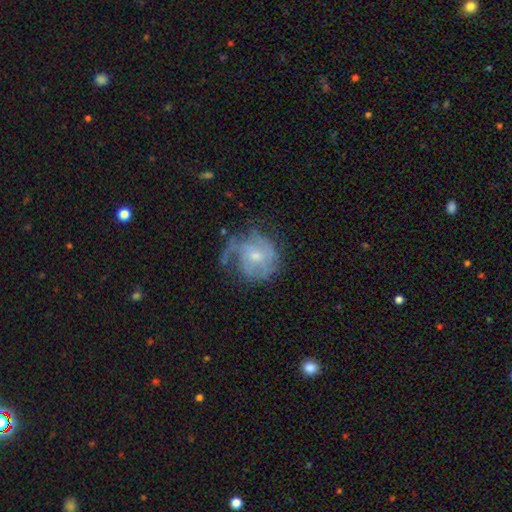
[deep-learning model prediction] Smooth or featured?
  - featured or disk: 68% *
  - smooth: 24%
  - star or artifact: 8%
Edge-on disk?
  - no: 98% *
  - yes: 2%
Bar?
  - no: 66% *
  - weak: 30%
  - strong: 4%
Spiral arms?
  - yes: 79% *
  - no: 21%
Spiral winding?
  - medium: 37% *
  - tight: 36%
  - loose: 27%
Spiral arm count?
  - can't tell: 36% *
  - 1: 20%
  - 2: 19%
  - 3: 15%
  - 4: 5%
  - more than 4: 4%
Bulge size?
  - small: 53% *
  - moderate: 40%
  - none: 3%
  - large: 2%
  - dominant: 1%
Merging?
  - none: 42% *
  - major disturbance: 31%
  - minor disturbance: 25%
  - merger: 3%